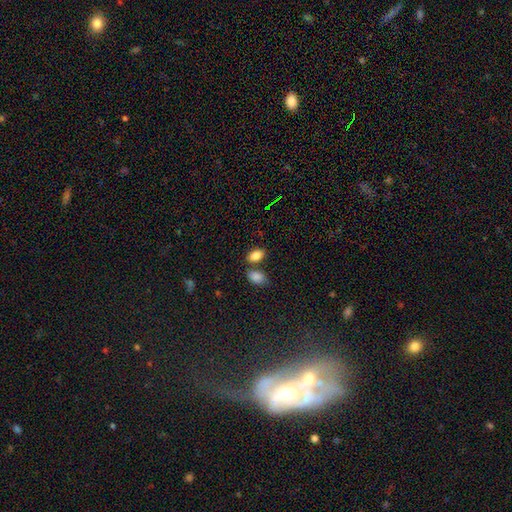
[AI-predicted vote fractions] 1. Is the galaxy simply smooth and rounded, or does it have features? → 86% smooth, 9% star or artifact, 5% featured or disk.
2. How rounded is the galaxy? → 91% in between, 6% round, 2% cigar-shaped.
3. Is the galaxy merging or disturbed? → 62% none, 23% merger, 12% minor disturbance, 3% major disturbance.